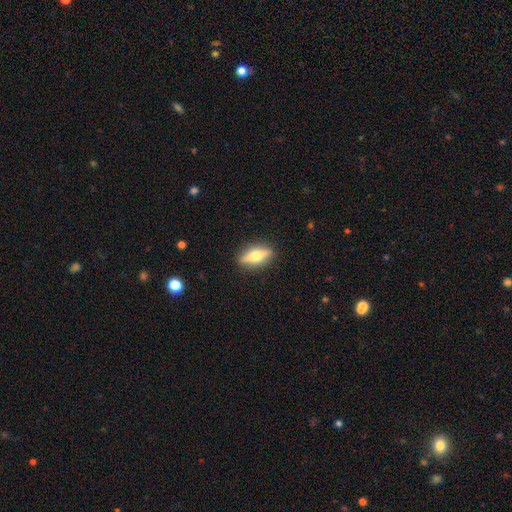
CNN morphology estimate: type=featured or disk (51%); edge-on=yes (87%); merging=none (88%).